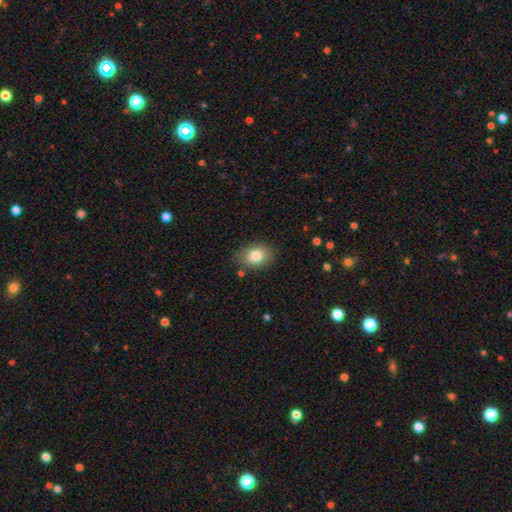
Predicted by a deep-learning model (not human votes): Smooth or featured? Predicted: smooth (p=0.82). How rounded? Predicted: in between (p=0.63). Merging? Predicted: none (p=0.82).